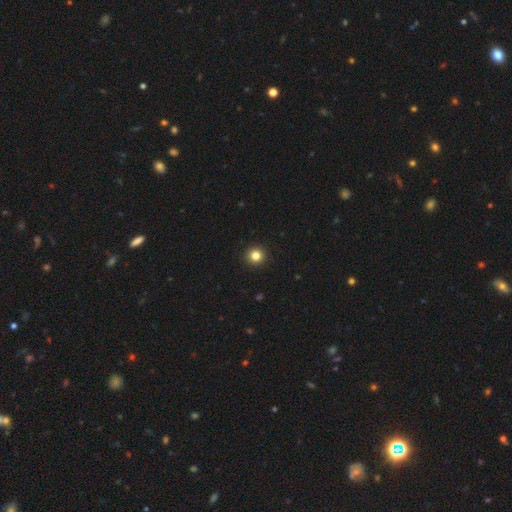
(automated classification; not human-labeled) Smooth or featured? Predicted: smooth (p=0.83). How rounded? Predicted: round (p=0.95). Merging? Predicted: none (p=0.93).